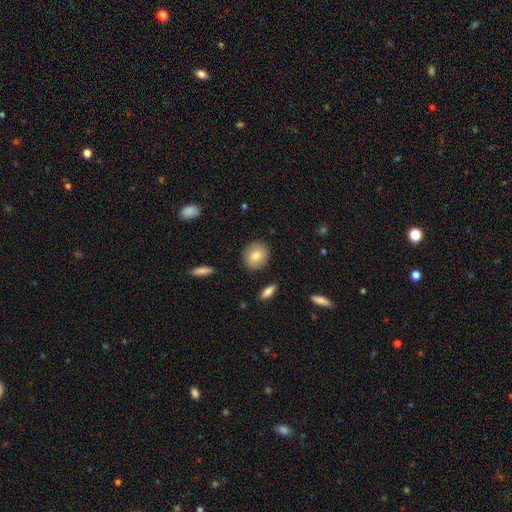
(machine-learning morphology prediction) Smooth or featured? Predicted: smooth (p=0.79). How rounded? Predicted: round (p=0.80). Merging? Predicted: none (p=0.89).